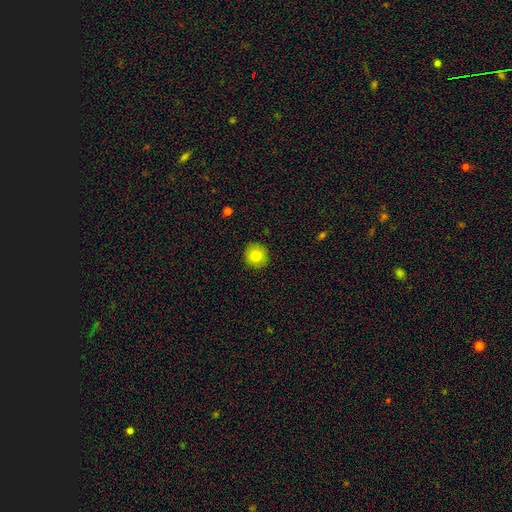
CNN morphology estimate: type=smooth (83%); roundness=round (92%); merging=none (90%).